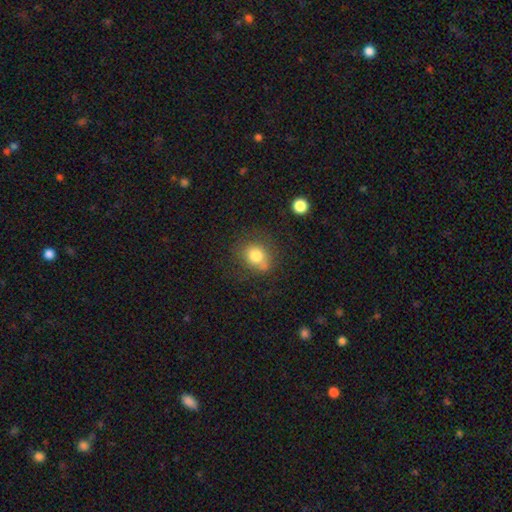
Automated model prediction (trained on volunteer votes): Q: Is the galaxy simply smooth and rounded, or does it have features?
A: smooth — 78%.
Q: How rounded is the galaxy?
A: round — 64%.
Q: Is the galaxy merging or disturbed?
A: none — 65%.